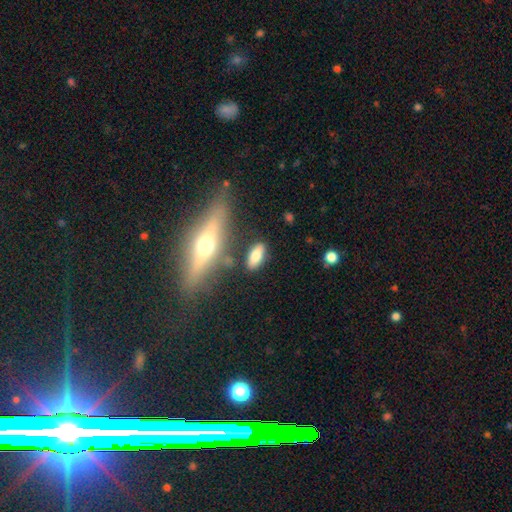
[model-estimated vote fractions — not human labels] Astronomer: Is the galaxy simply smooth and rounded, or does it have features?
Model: smooth — 73%.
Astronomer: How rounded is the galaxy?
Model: in between — 80%.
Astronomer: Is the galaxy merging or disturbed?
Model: none — 79%.